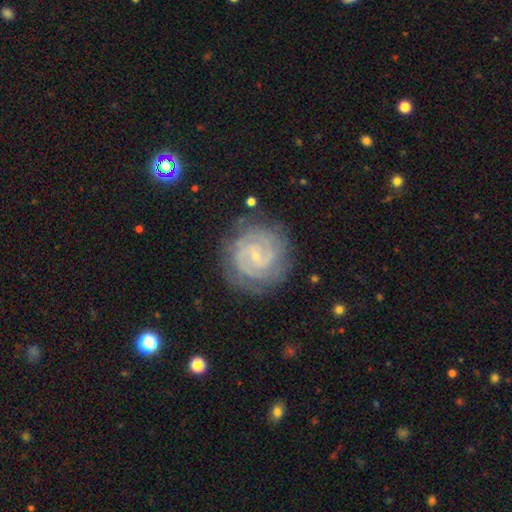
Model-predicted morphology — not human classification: The model was most divided on "bar": weak: 47%, no: 39%, strong: 14%. More confident: edge-on disk — no (98%); spiral arms — yes (97%); smooth or featured — featured or disk (86%); bulge size — small (84%); merging — none (80%); spiral winding — tight (73%); spiral arm count — 2 (58%).